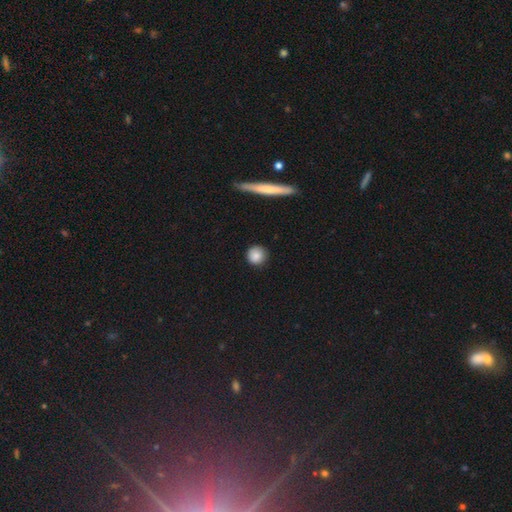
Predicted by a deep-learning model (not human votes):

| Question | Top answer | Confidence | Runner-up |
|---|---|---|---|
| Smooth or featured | smooth | 85% | star or artifact (8%) |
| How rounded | round | 93% | in between (5%) |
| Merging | none | 88% | minor disturbance (8%) |